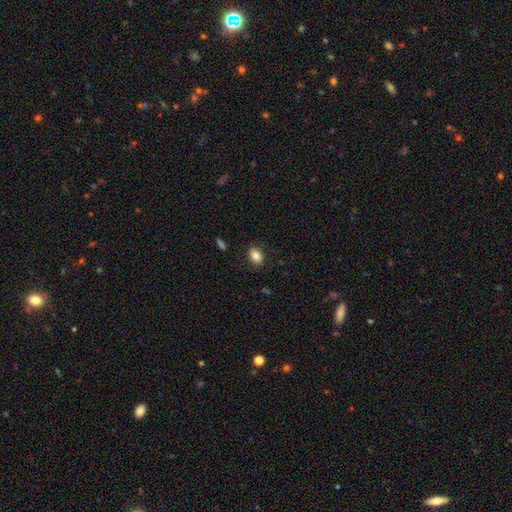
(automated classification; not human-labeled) Morphology: type=smooth (82%); roundness=in between (80%); merging=none (86%).